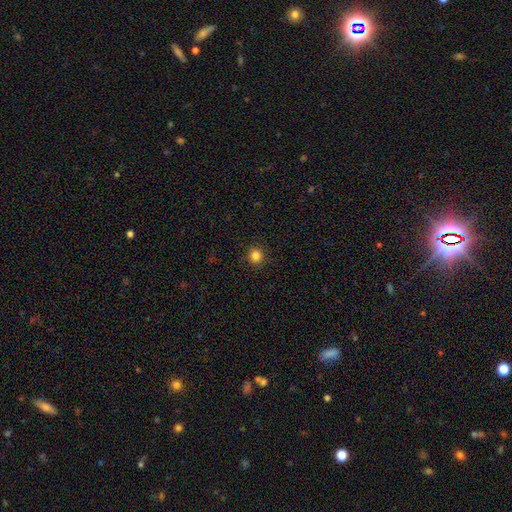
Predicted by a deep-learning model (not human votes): This appears to be a smooth galaxy with no disk features (84%) that is round (92%). Merging: none (91%).